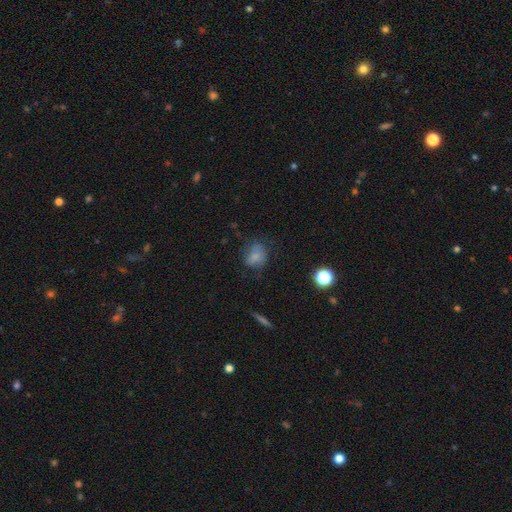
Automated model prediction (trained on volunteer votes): Morphology: type=smooth (74%); roundness=in between (50%); merging=none (55%).